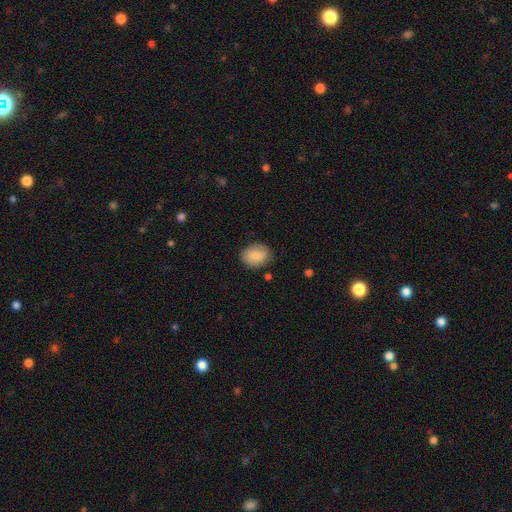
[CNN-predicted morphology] type=smooth (86%); roundness=in between (60%); merging=none (83%).